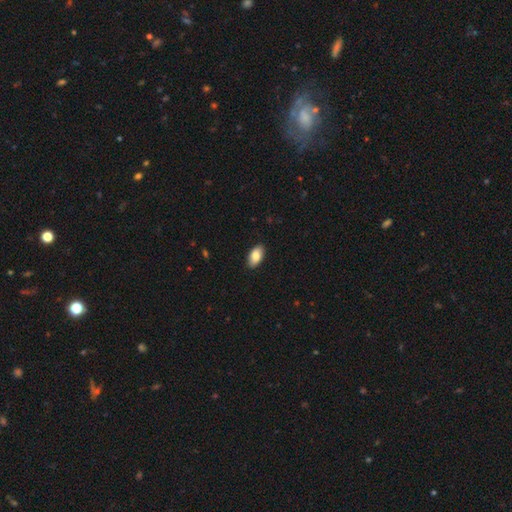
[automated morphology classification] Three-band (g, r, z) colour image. It shows a smooth galaxy with no disk features (84%) that is in between round and cigar-shaped (94%). Merging: none (89%).